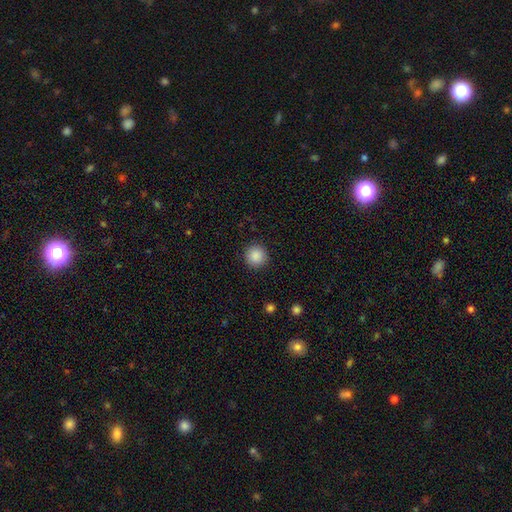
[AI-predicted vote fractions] Overall: smooth (88%). How rounded: round (96%). Merging: none (92%).